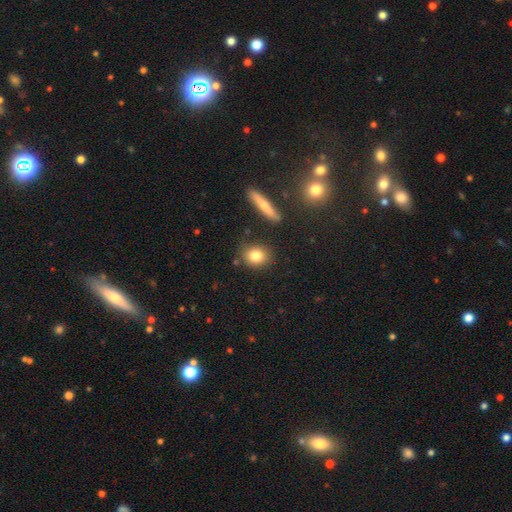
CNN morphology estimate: Overall: smooth (81%). How rounded: round (63%; in between 34%). Merging: none (82%).